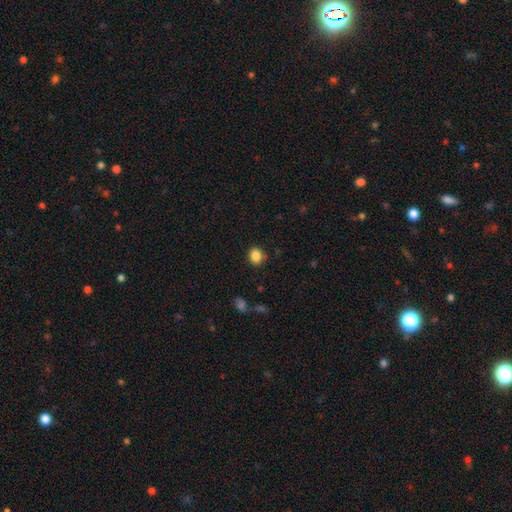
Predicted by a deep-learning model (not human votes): Smooth or featured? Predicted: smooth (p=0.86). How rounded? Predicted: round (p=0.58). Merging? Predicted: none (p=0.83).